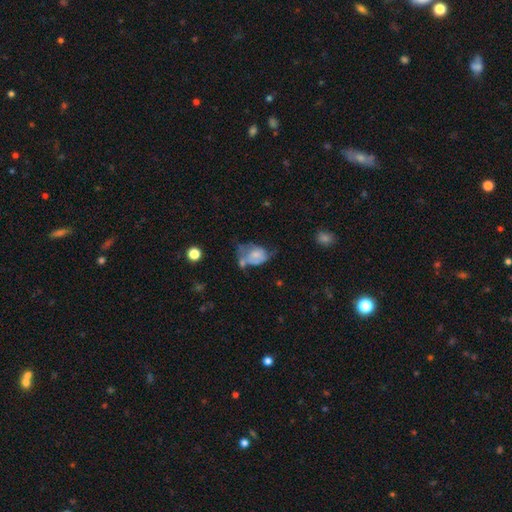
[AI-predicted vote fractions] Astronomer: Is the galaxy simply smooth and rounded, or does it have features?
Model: smooth — 54% (runner-up: featured or disk, 37%).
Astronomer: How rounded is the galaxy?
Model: in between — 70%.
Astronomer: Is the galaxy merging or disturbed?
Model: major disturbance — 35% (runner-up: minor disturbance, 25%).